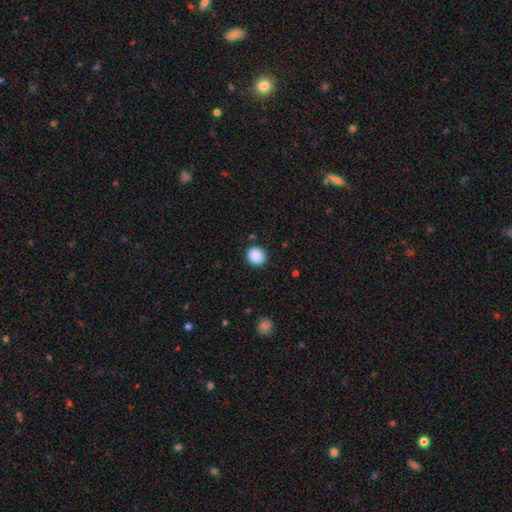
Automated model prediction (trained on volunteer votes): Overall: smooth (89%). How rounded: round (88%). Merging: none (90%).